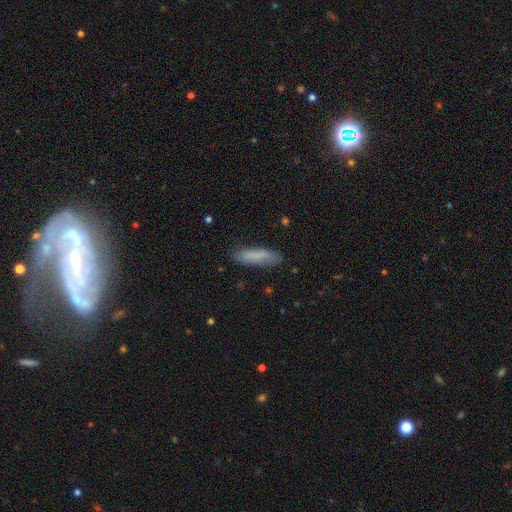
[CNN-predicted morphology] smooth 81%, featured or disk 12%, star or artifact 7%. Down the decision tree: how rounded — cigar-shaped (73%); merging — none (82%).